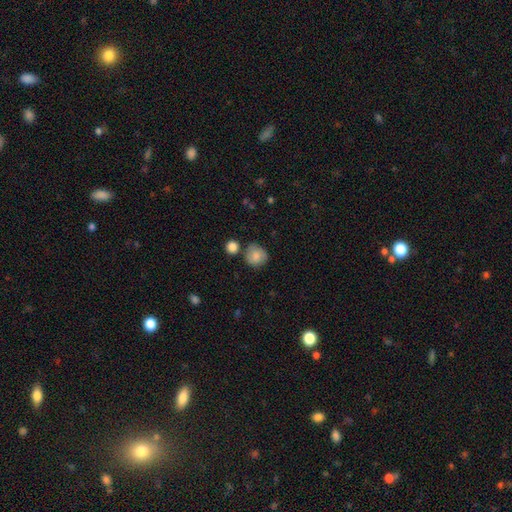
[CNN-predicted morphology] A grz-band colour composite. It shows a smooth galaxy with no disk features (79%) that is round (85%). Merging: none (68%).